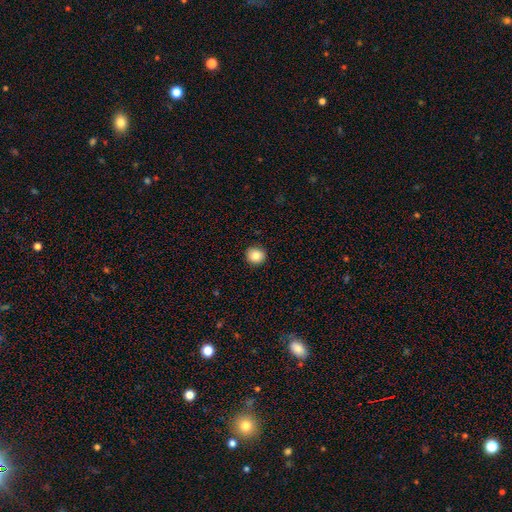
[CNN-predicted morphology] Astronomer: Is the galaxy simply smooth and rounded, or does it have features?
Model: smooth — 86%.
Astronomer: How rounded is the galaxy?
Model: round — 88%.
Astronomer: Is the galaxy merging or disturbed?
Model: none — 92%.